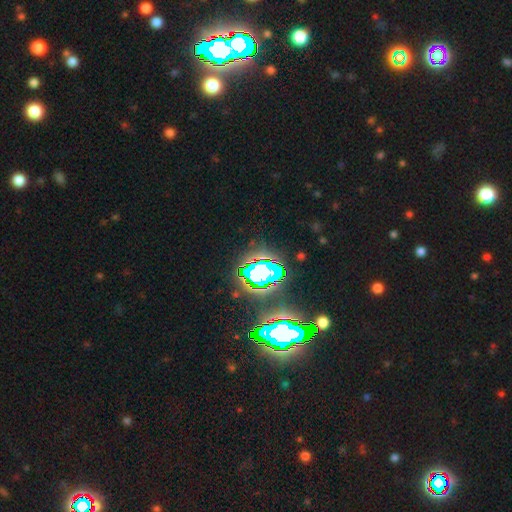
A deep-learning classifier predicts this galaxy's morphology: Q: Smooth or featured?
A: star or artifact (83%); runner-up: smooth (10%)